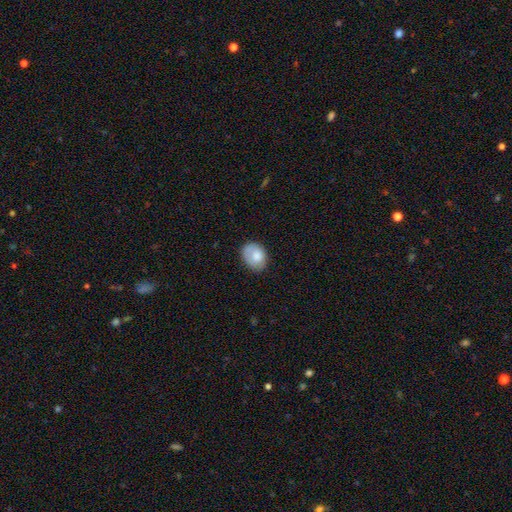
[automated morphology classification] Smooth or featured?
  - smooth: 76% *
  - featured or disk: 17%
  - star or artifact: 7%
How rounded?
  - in between: 65% *
  - round: 34%
  - cigar-shaped: 1%
Merging?
  - none: 65% *
  - minor disturbance: 24%
  - major disturbance: 8%
  - merger: 2%